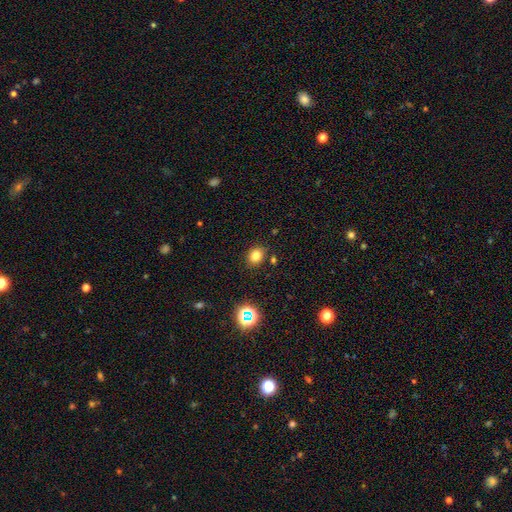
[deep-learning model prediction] smooth-or-featured: smooth: 78% | star or artifact: 16% | featured or disk: 7%
  how-rounded: round: 56% | in between: 43% | cigar-shaped: 1%
  merging: none: 83% | minor disturbance: 11% | merger: 3% | major disturbance: 3%